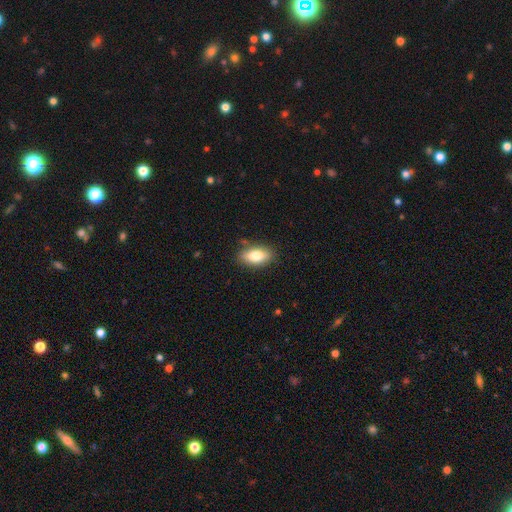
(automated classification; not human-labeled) Overall: smooth (78%). How rounded: in between (88%). Merging: none (82%).